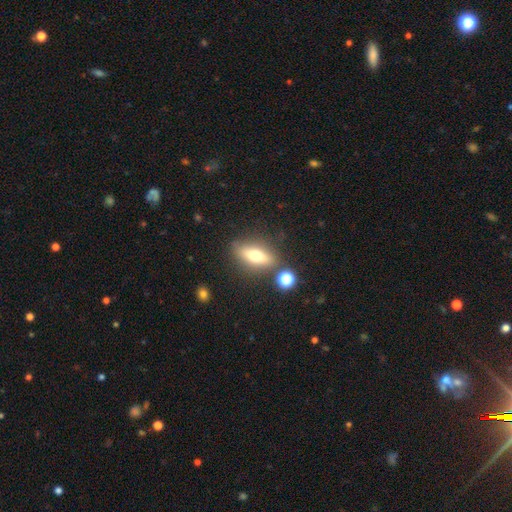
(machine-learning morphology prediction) Smooth or featured? Predicted: smooth (p=0.54). How rounded? Predicted: in between (p=0.58). Merging? Predicted: none (p=0.78).